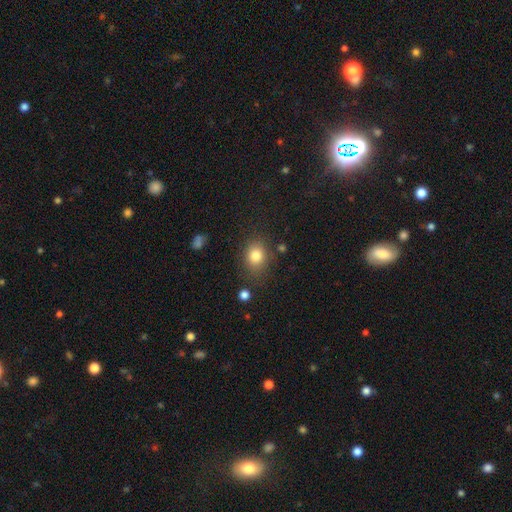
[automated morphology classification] This appears to be a smooth galaxy with no disk features (81%) that is round (51%). Merging: none (77%).